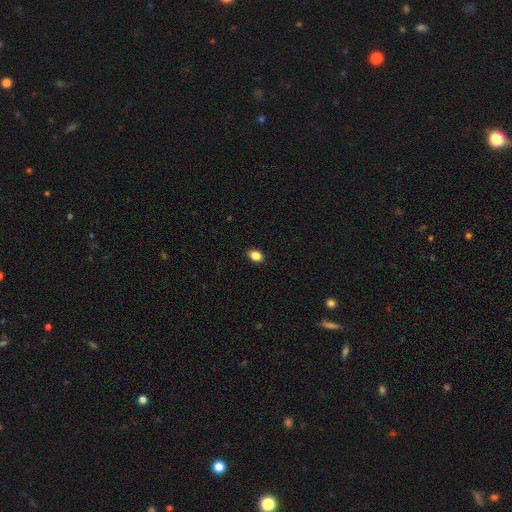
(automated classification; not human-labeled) The model was most divided on "how rounded": in between: 72%, round: 26%, cigar-shaped: 1%. More confident: merging — none (90%); smooth or featured — smooth (86%).